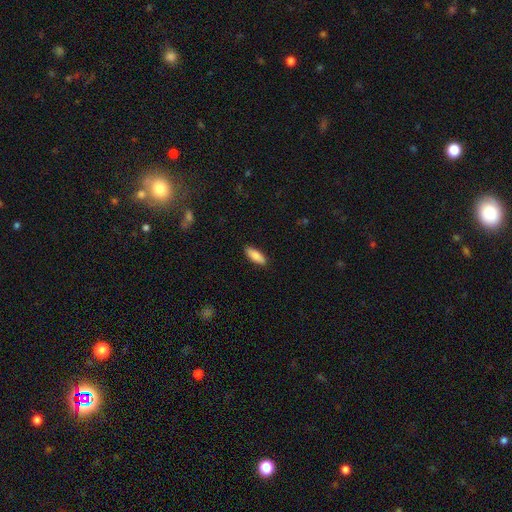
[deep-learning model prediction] The model was most divided on "how rounded": in between: 67%, cigar-shaped: 31%, round: 2%. More confident: merging — none (89%); smooth or featured — smooth (87%).